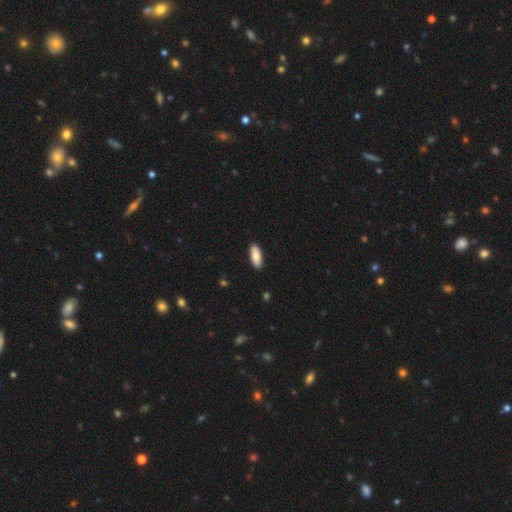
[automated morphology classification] Smooth or featured?
  - smooth: 87% *
  - featured or disk: 7%
  - star or artifact: 6%
How rounded?
  - in between: 77% *
  - cigar-shaped: 21%
  - round: 2%
Merging?
  - none: 89% *
  - minor disturbance: 8%
  - major disturbance: 2%
  - merger: 1%